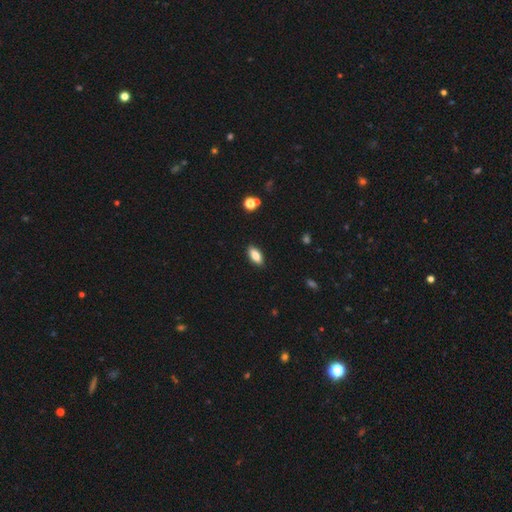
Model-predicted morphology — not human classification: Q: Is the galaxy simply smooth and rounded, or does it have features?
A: smooth — 81%.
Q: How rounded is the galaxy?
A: in between — 85%.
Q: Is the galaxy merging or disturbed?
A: none — 89%.